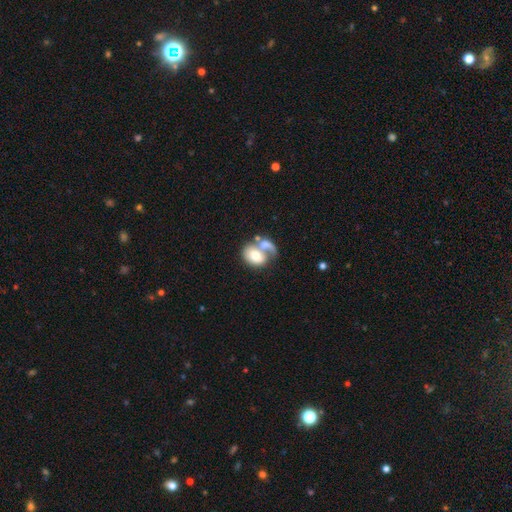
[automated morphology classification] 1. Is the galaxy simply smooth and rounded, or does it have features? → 66% smooth, 27% featured or disk, 7% star or artifact.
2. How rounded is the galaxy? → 72% in between, 26% round, 1% cigar-shaped.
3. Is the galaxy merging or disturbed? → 61% merger, 18% none, 12% major disturbance, 9% minor disturbance.